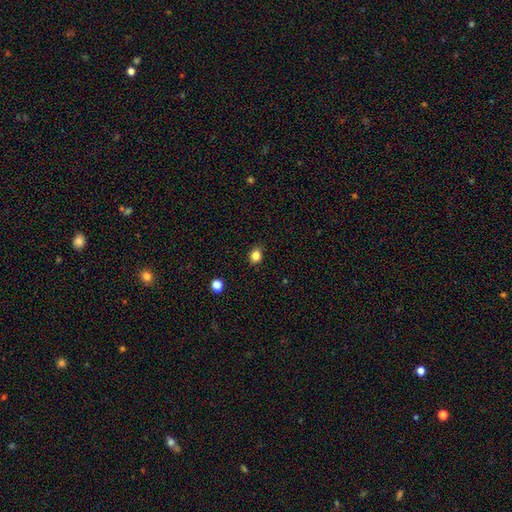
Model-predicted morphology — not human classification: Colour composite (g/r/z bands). It shows a smooth galaxy with no disk features (84%) that is round (56%). Merging: none (87%).